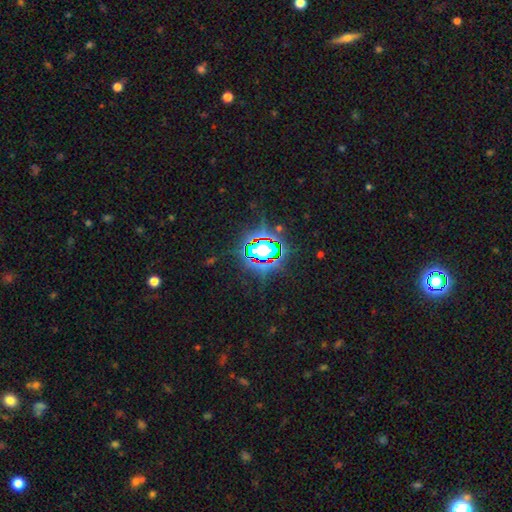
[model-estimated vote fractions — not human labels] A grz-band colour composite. It shows a star or artifact, not a galaxy (82%).